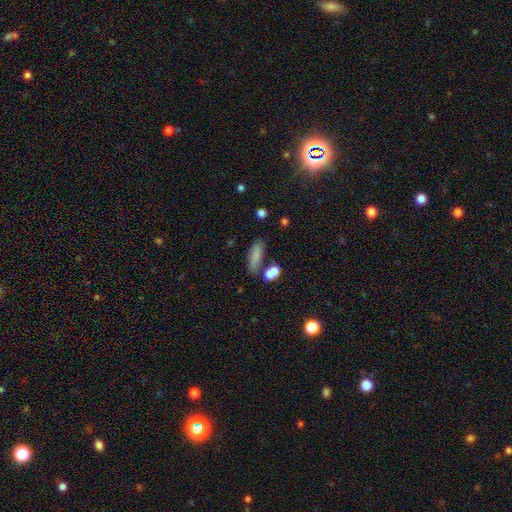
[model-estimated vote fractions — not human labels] smooth_or_featured: smooth (p=0.81) [alt: featured or disk p=0.10]
how_rounded: in between (p=0.58) [alt: cigar-shaped p=0.37]
merging: none (p=0.59) [alt: merger p=0.18]